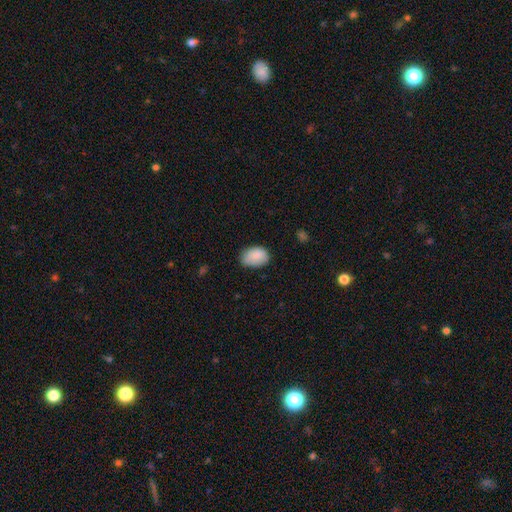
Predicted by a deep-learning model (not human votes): Morphology: type=smooth (87%); roundness=in between (84%); merging=none (61%).